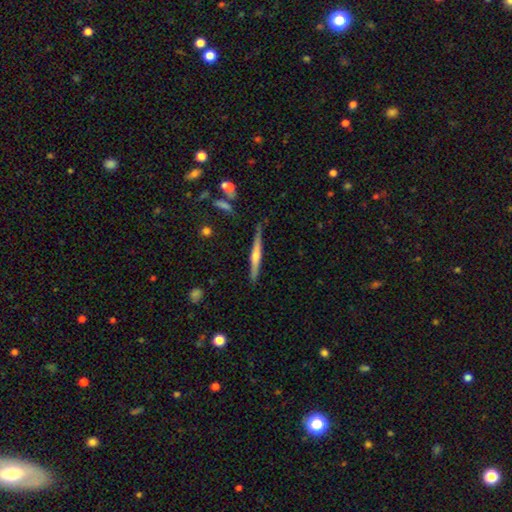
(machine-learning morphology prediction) Smooth or featured?
  - featured or disk: 66% *
  - smooth: 28%
  - star or artifact: 7%
Edge-on disk?
  - yes: 98% *
  - no: 2%
Edge-on bulge?
  - rounded: 79% *
  - none: 13%
  - boxy: 9%
Merging?
  - none: 85% *
  - minor disturbance: 11%
  - merger: 2%
  - major disturbance: 2%